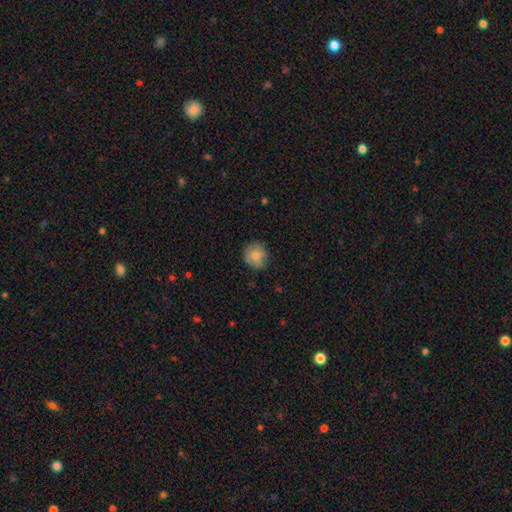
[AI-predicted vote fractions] A smooth galaxy with no disk features (77%) that is round (84%). Merging: none (79%).